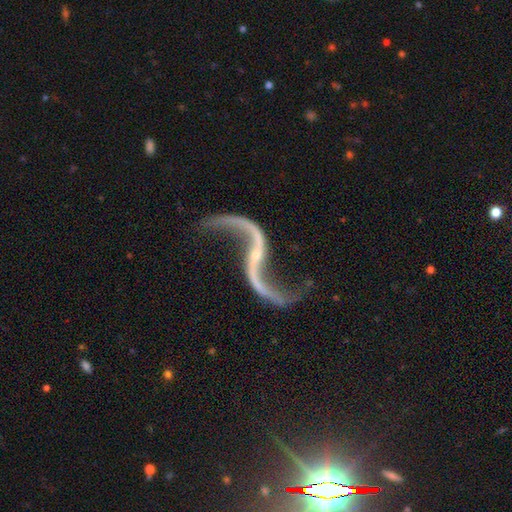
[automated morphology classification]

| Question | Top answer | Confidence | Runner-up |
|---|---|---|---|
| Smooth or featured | featured or disk | 93% | star or artifact (5%) |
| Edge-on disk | no | 94% | yes (6%) |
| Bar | no | 43% | weak (30%) |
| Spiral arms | yes | 98% | no (2%) |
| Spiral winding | loose | 95% | medium (3%) |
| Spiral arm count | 2 | 95% | 1 (1%) |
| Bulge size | small | 83% | none (8%) |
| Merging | none | 70% | minor disturbance (15%) |